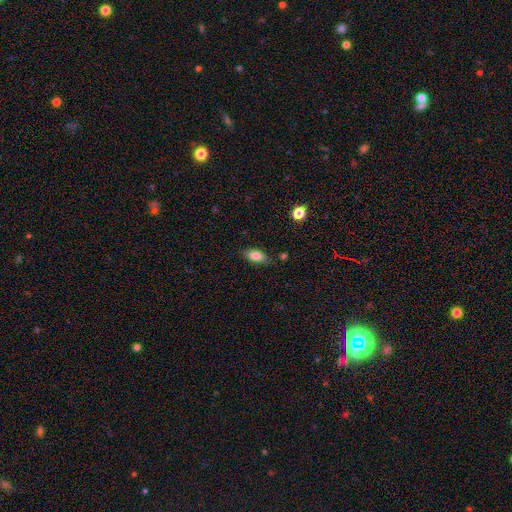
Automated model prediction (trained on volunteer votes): Overall: smooth (80%). How rounded: in between (85%). Merging: none (81%).